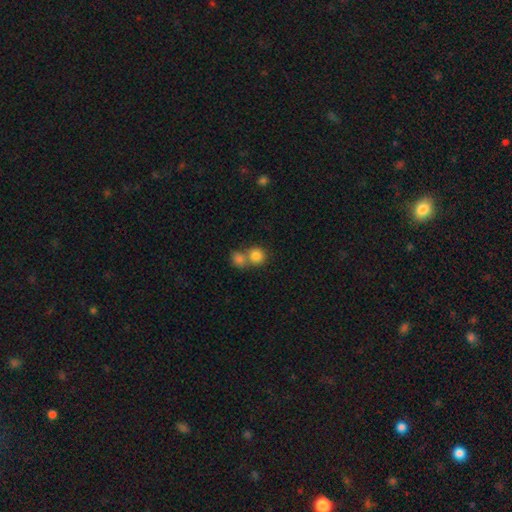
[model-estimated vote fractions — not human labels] Smooth or featured? smooth (83%)
How rounded? round (85%)
Merging? merger (50%)